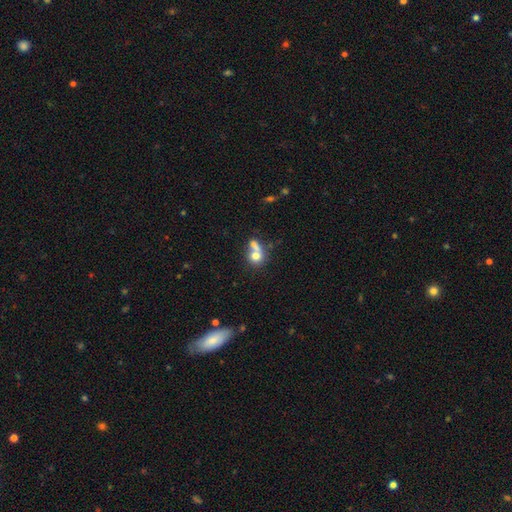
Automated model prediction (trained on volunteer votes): This appears to be a smooth galaxy with no disk features (69%) that is round (73%). Merging: merger (54%).